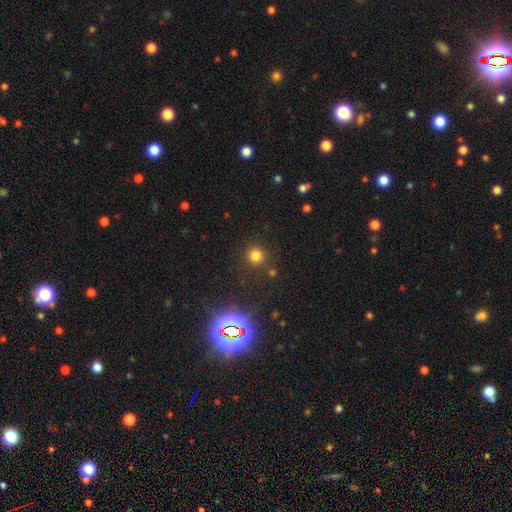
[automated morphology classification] smooth 75%, star or artifact 20%, featured or disk 5%. Down the decision tree: how rounded — round (93%); merging — none (87%).